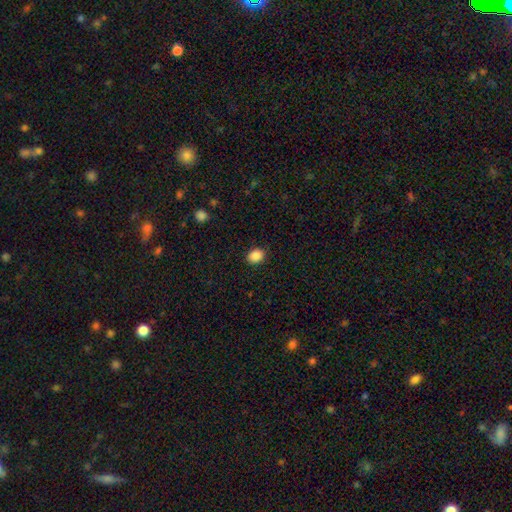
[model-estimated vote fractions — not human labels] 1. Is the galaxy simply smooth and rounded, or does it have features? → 89% smooth, 9% star or artifact, 3% featured or disk.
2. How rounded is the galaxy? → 56% in between, 43% round, 1% cigar-shaped.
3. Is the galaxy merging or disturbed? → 88% none, 8% minor disturbance, 2% major disturbance, 1% merger.